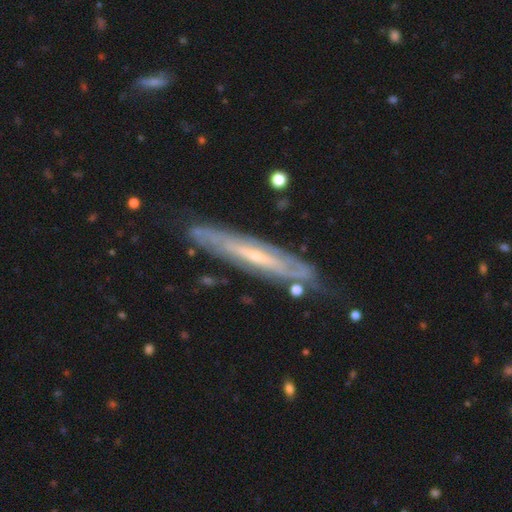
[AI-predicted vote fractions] Overall: featured or disk (76%). Edge-on disk: yes (64%; no 36%). Merging: none (79%).